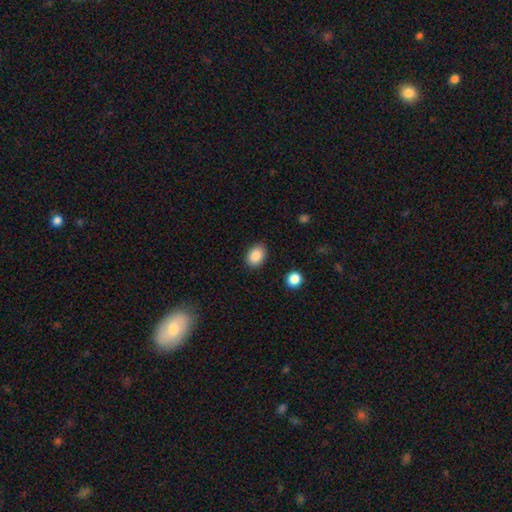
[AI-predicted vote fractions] This appears to be a smooth galaxy with no disk features (88%) that is in between round and cigar-shaped (71%). Merging: none (85%).